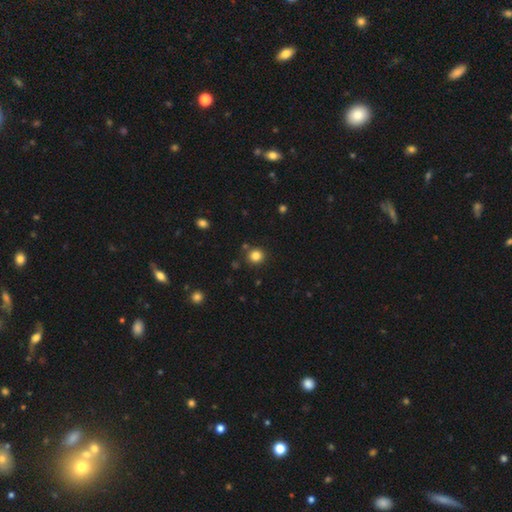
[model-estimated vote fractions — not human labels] Smooth or featured: smooth — 83% (star or artifact — 12%)
How rounded: round — 89% (in between — 10%)
Merging: none — 87% (minor disturbance — 7%)